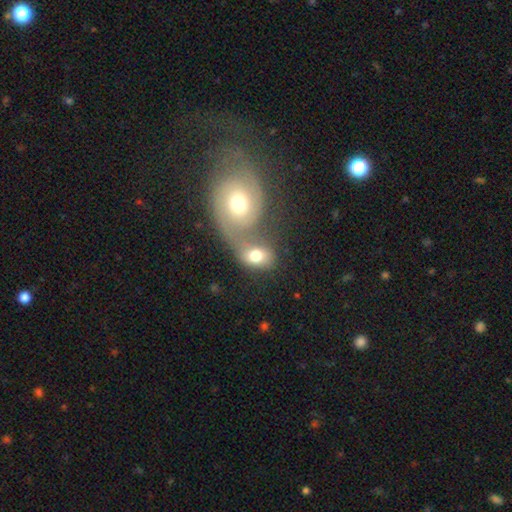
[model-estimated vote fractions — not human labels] This appears to be a smooth galaxy with no disk features (68%) that is in between round and cigar-shaped (61%). Merging: merger (65%).